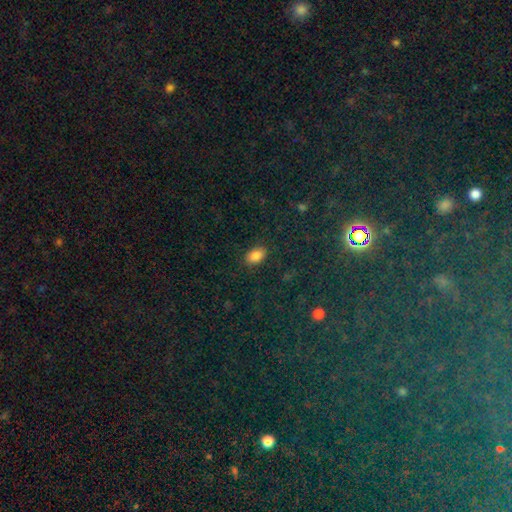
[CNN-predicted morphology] type=smooth (83%); roundness=in between (90%); merging=none (86%).